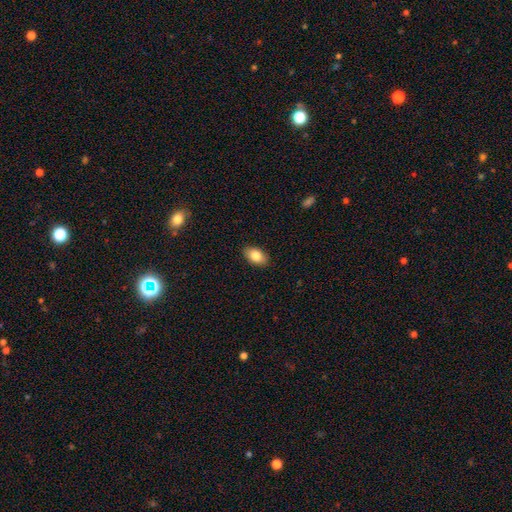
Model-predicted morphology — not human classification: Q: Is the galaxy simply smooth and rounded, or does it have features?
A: smooth — 82%.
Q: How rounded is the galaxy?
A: in between — 91%.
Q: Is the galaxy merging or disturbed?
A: none — 89%.